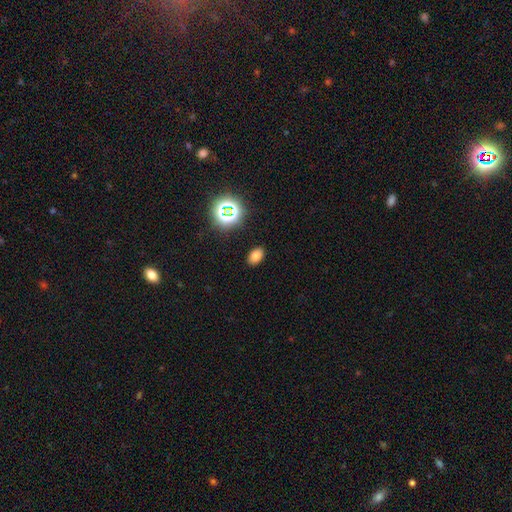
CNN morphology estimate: Smooth or featured? Predicted: smooth (p=0.74). How rounded? Predicted: in between (p=0.87). Merging? Predicted: none (p=0.88).